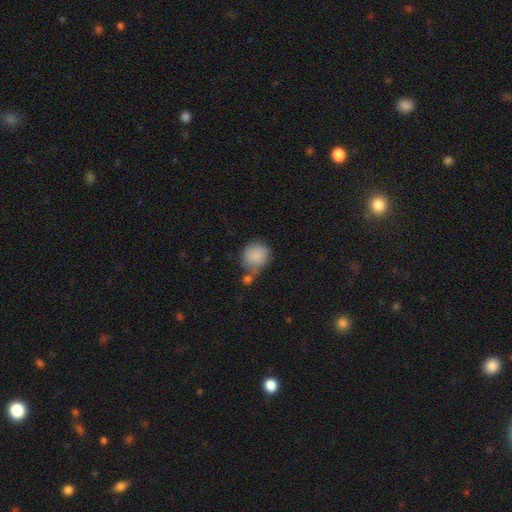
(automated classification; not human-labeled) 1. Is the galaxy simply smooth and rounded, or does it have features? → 87% smooth, 7% star or artifact, 6% featured or disk.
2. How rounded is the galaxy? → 84% round, 15% in between, 1% cigar-shaped.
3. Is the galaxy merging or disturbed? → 50% none, 22% merger, 20% minor disturbance, 8% major disturbance.